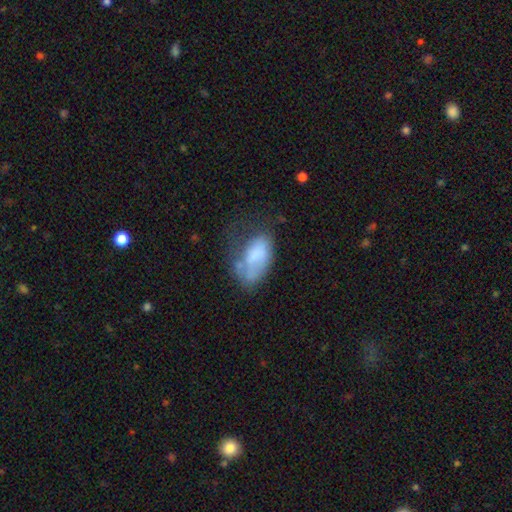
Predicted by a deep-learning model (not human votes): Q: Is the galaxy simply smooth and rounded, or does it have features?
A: smooth — 65%.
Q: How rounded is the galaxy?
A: in between — 92%.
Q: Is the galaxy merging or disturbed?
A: major disturbance — 35%.